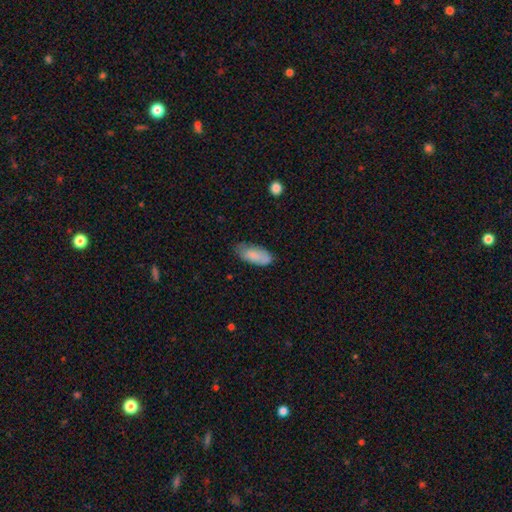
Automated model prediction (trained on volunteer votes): Smooth or featured? smooth (83%)
How rounded? in between (87%)
Merging? none (59%)